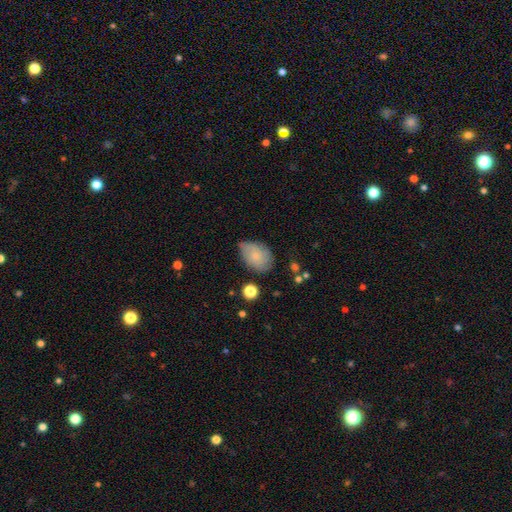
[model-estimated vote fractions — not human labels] A smooth galaxy with no disk features (69%) that is in between round and cigar-shaped (85%).

Vote fractions:
- Smooth or featured? smooth: 69% / featured or disk: 23% / star or artifact: 8%
- How rounded? in between: 85% / round: 14% / cigar-shaped: 1%
- Merging? none: 62% / minor disturbance: 29% / major disturbance: 7% / merger: 2%